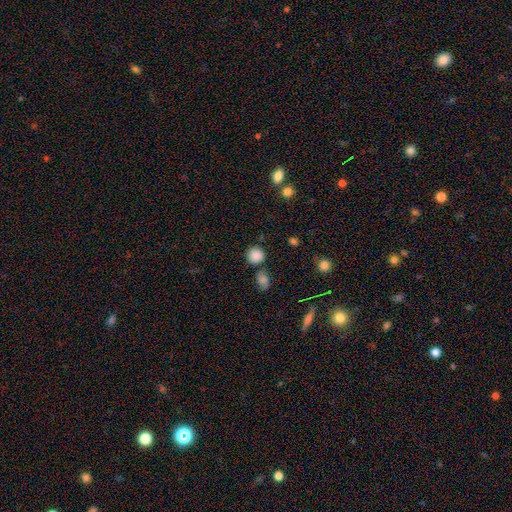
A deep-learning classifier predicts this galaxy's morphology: Smooth or featured? Predicted: smooth (p=0.84). How rounded? Predicted: round (p=0.89). Merging? Predicted: none (p=0.76).